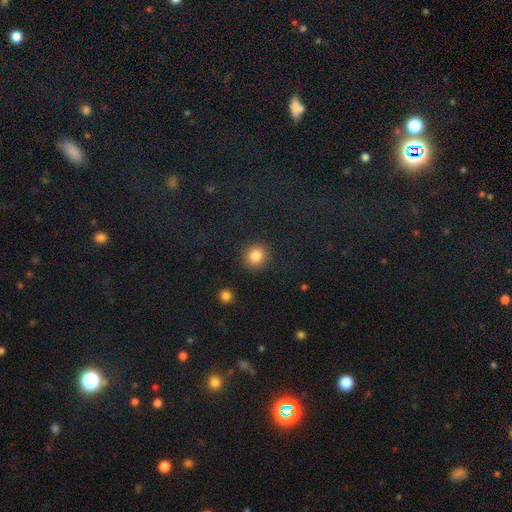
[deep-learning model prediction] Overall: smooth (84%). How rounded: round (88%). Merging: none (90%).